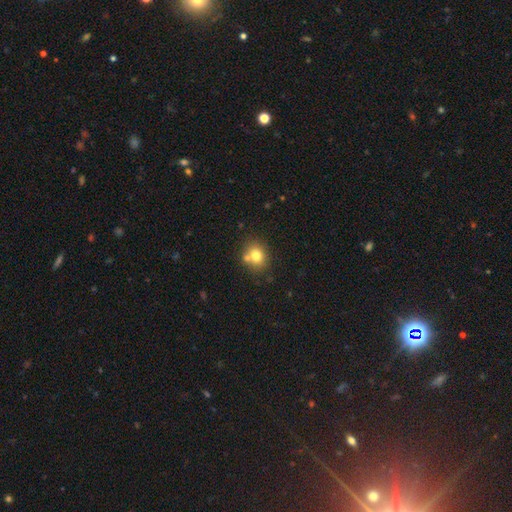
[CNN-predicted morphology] smooth 76%, featured or disk 12%, star or artifact 12%. Down the decision tree: how rounded — round (71%); merging — none (64%).